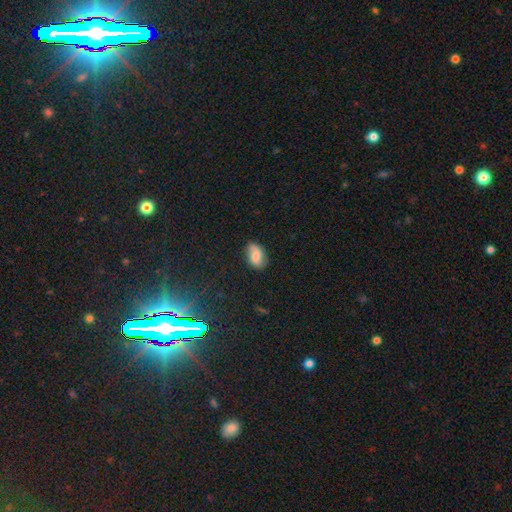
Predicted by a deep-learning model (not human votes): Q: Smooth or featured?
A: smooth (64%); runner-up: featured or disk (27%)
Q: How rounded?
A: in between (88%); runner-up: round (10%)
Q: Merging?
A: none (75%); runner-up: minor disturbance (20%)